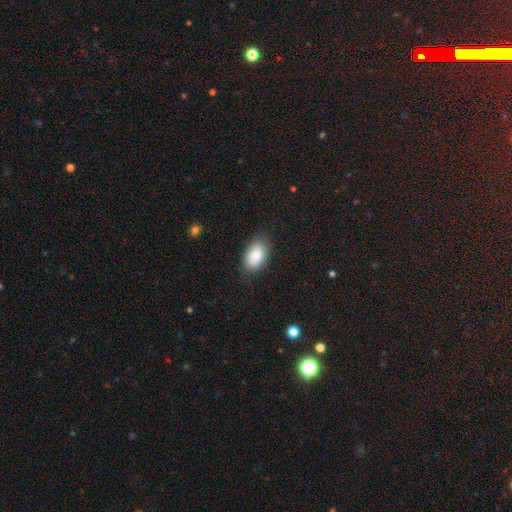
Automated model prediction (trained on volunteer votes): The model was most divided on "merging": none: 79%, minor disturbance: 16%, major disturbance: 4%, merger: 1%. More confident: how rounded — in between (92%); smooth or featured — smooth (83%).